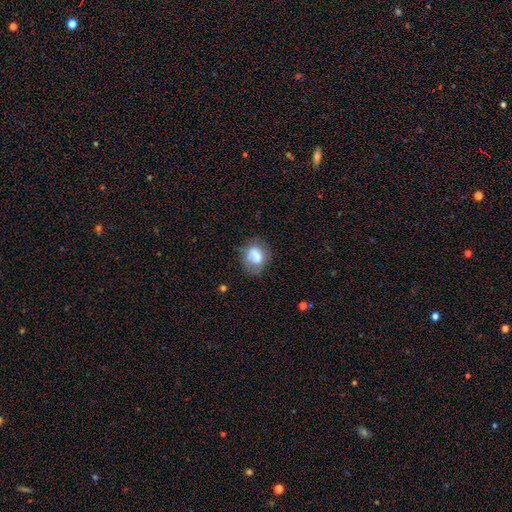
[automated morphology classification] Smooth or featured? Predicted: smooth (p=0.70). How rounded? Predicted: in between (p=0.54). Merging? Predicted: none (p=0.48).